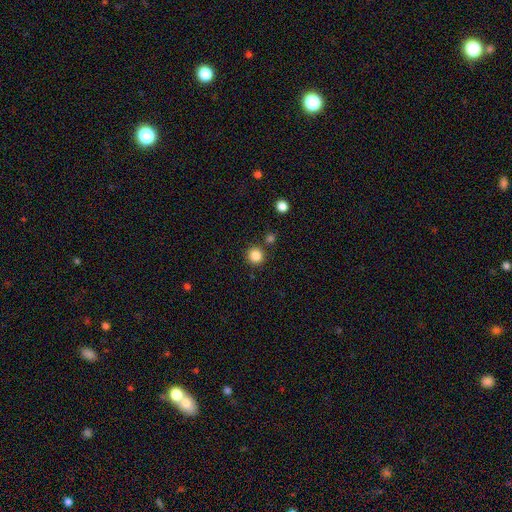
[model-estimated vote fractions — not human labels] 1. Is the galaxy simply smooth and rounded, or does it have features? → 86% smooth, 11% star or artifact, 4% featured or disk.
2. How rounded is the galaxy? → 95% round, 4% in between, 1% cigar-shaped.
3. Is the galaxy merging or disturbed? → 86% none, 6% minor disturbance, 5% merger, 2% major disturbance.